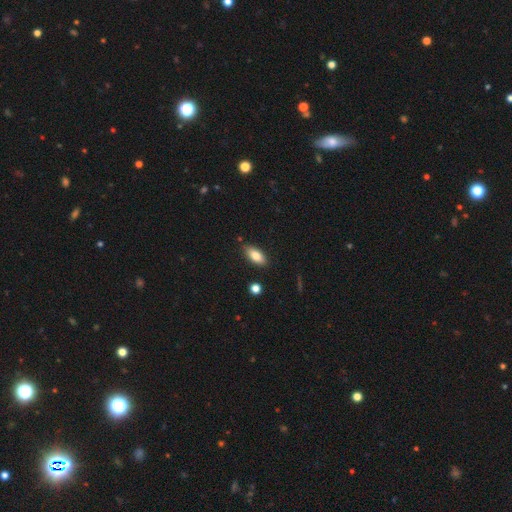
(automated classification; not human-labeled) Smooth or featured: smooth — 81% (featured or disk — 12%)
How rounded: in between — 86% (cigar-shaped — 11%)
Merging: none — 85% (minor disturbance — 11%)